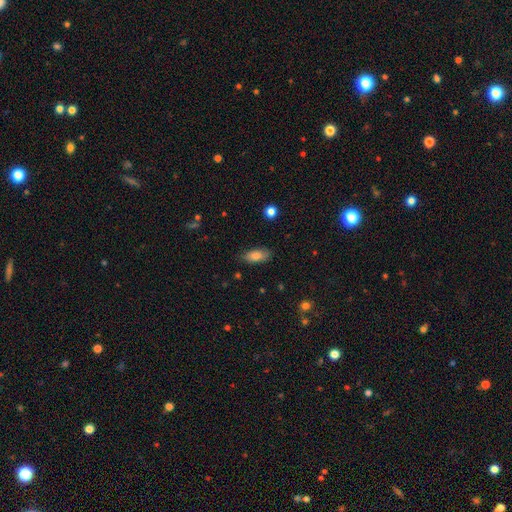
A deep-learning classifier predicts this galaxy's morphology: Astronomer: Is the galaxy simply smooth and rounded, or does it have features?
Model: smooth — 82%.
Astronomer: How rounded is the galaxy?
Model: in between — 86%.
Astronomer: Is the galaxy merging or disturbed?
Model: none — 81%.